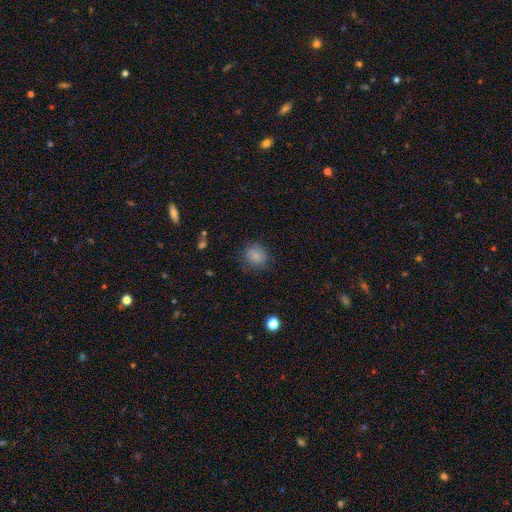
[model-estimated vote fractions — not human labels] smooth-or-featured: smooth: 83% | star or artifact: 10% | featured or disk: 7%
  how-rounded: round: 78% | in between: 21% | cigar-shaped: 1%
  merging: none: 77% | minor disturbance: 16% | major disturbance: 6% | merger: 1%